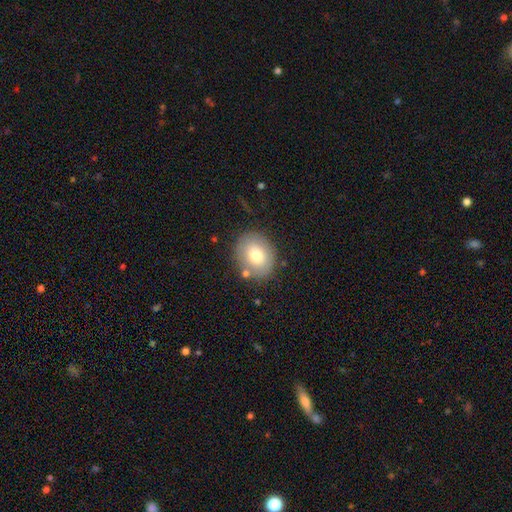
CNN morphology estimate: Smooth or featured?
  - smooth: 74% *
  - featured or disk: 17%
  - star or artifact: 9%
How rounded?
  - round: 62% *
  - in between: 37%
  - cigar-shaped: 1%
Merging?
  - none: 79% *
  - minor disturbance: 12%
  - merger: 6%
  - major disturbance: 4%